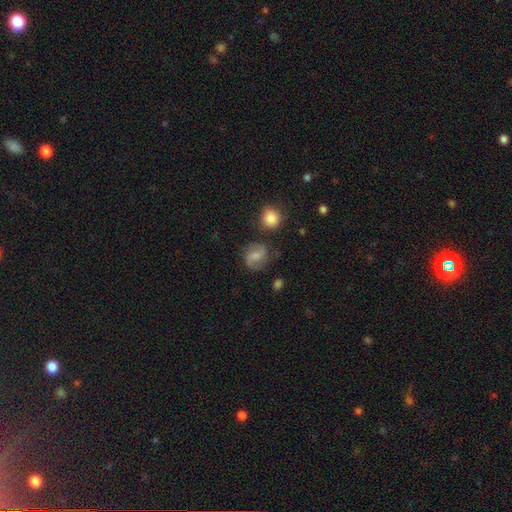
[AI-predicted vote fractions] Smooth or featured: featured or disk — 48% (smooth — 43%)
Merging: none — 73% (minor disturbance — 17%)